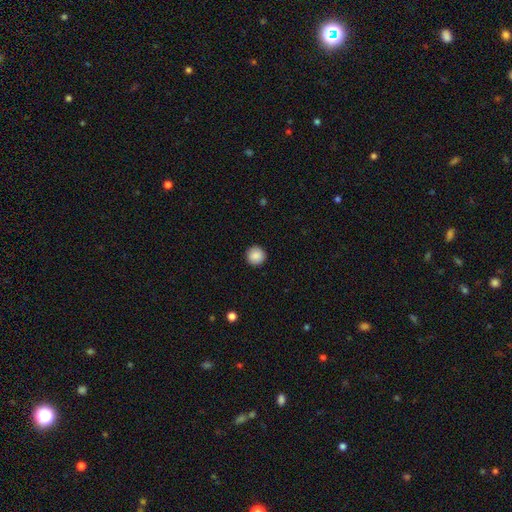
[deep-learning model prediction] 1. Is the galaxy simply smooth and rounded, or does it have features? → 89% smooth, 8% star or artifact, 3% featured or disk.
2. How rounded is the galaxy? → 96% round, 3% in between, 1% cigar-shaped.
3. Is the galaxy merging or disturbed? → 93% none, 5% minor disturbance, 2% major disturbance, 1% merger.